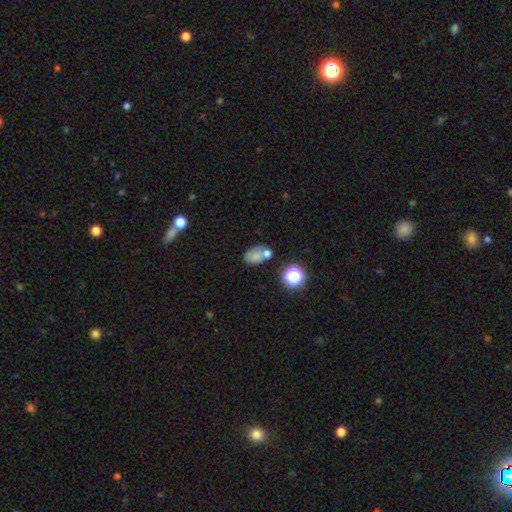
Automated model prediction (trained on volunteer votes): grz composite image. It shows a smooth galaxy with no disk features (65%) that is in between round and cigar-shaped (72%). Merging: none (41%).